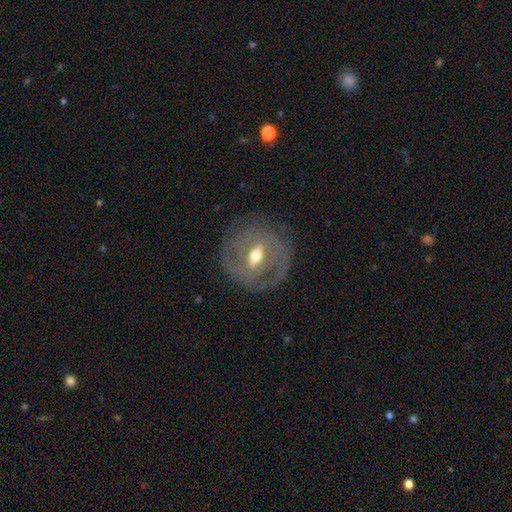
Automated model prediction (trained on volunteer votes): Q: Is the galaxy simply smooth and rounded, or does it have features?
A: featured or disk — 76%.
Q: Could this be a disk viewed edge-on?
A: no — 86%.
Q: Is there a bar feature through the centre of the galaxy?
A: strong — 50%.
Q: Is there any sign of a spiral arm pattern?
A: yes — 51%.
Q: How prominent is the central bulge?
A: moderate — 71%.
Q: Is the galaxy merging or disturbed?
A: none — 77%.